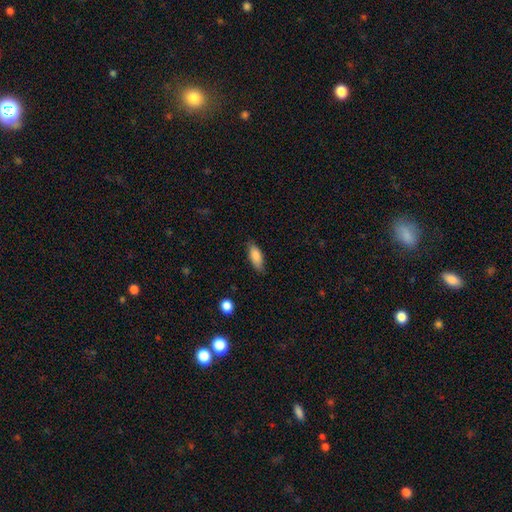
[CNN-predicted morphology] type=smooth (84%); roundness=in between (73%); merging=none (79%).